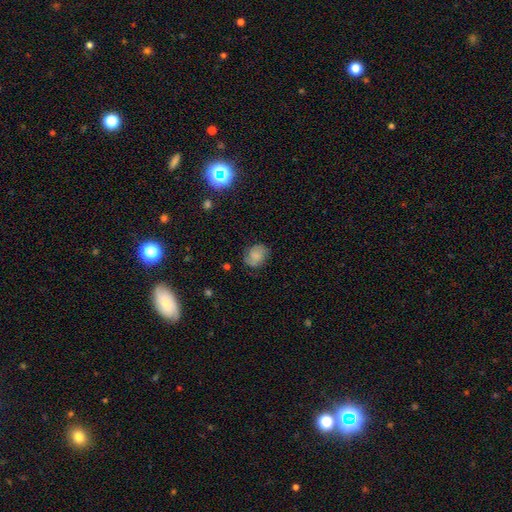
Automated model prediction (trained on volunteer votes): A smooth galaxy with no disk features (73%) that is in between round and cigar-shaped (54%). Merging: none (74%).